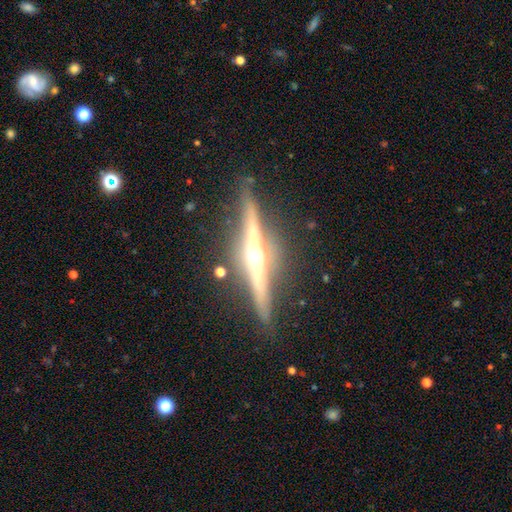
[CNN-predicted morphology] Smooth or featured?
  - featured or disk: 86% *
  - smooth: 8%
  - star or artifact: 6%
Edge-on disk?
  - yes: 98% *
  - no: 2%
Edge-on bulge?
  - rounded: 93% *
  - boxy: 4%
  - none: 3%
Merging?
  - none: 86% *
  - minor disturbance: 10%
  - major disturbance: 3%
  - merger: 2%